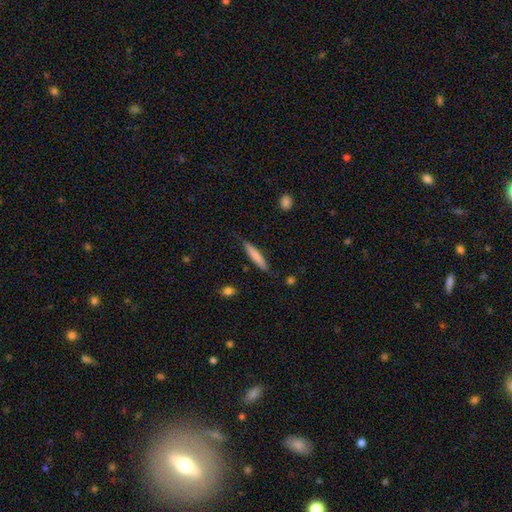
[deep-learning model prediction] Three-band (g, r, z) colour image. It shows a smooth galaxy with no disk features (76%) that is cigar-shaped (92%). Merging: none (83%).